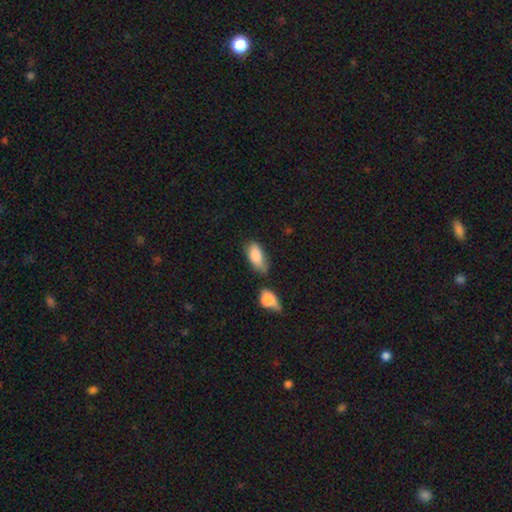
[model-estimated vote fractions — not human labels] The model was most divided on "merging": none: 37%, minor disturbance: 30%, merger: 21%, major disturbance: 12%. More confident: how rounded — in between (90%); smooth or featured — smooth (83%).